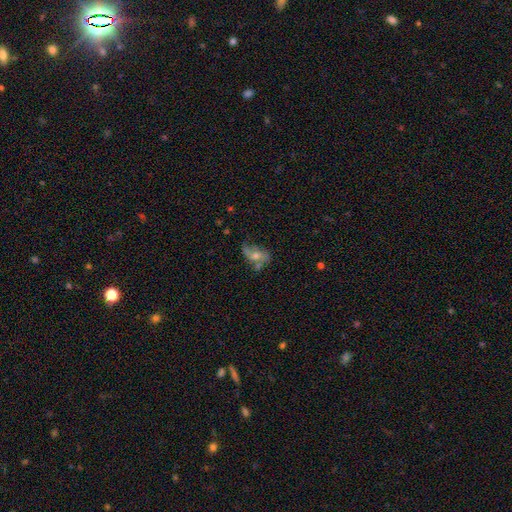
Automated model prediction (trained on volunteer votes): Smooth or featured: featured or disk — 67% (smooth — 20%)
Edge-on disk: no — 94% (yes — 6%)
Bar: no — 60% (weak — 30%)
Spiral arms: yes — 80% (no — 20%)
Spiral winding: loose — 60% (medium — 29%)
Spiral arm count: 2 — 72% (can't tell — 12%)
Bulge size: moderate — 60% (small — 30%)
Merging: none — 51% (minor disturbance — 23%)